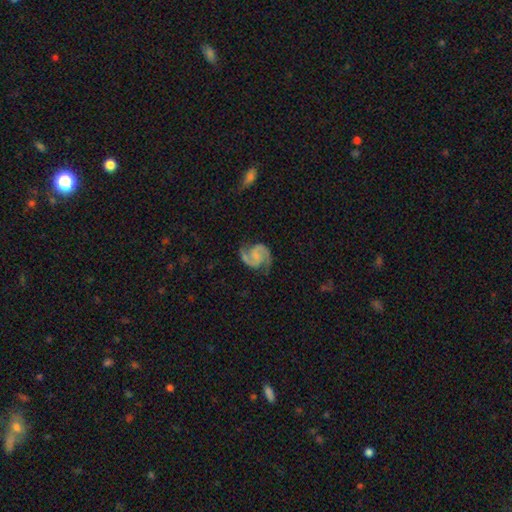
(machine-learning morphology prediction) A featured or disk galaxy (92%) with no bar (54%), 2 (94%) medium (60%) spiral arms (98%) and no central bulge (51%).

Vote fractions:
- Smooth or featured? featured or disk: 92% / star or artifact: 4% / smooth: 4%
- Edge-on disk? no: 99% / yes: 1%
- Bar? no: 54% / weak: 35% / strong: 11%
- Spiral arms? yes: 98% / no: 2%
- Spiral winding? medium: 60% / tight: 22% / loose: 18%
- Spiral arm count? 2: 94% / can't tell: 1% / 3: 1% / 1: 1% / 4: 1% / more than 4: 1%
- Bulge size? none: 51% / small: 33% / moderate: 13% / large: 2% / dominant: 1%
- Merging? none: 78% / minor disturbance: 14% / major disturbance: 6% / merger: 2%